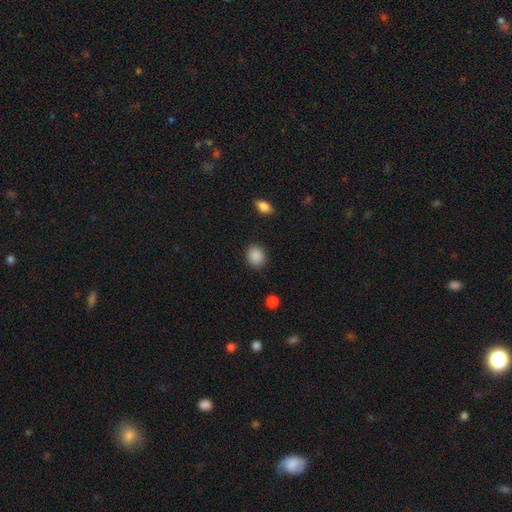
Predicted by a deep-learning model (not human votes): smooth 89%, star or artifact 8%, featured or disk 3%. Down the decision tree: how rounded — round (60%); merging — none (88%).